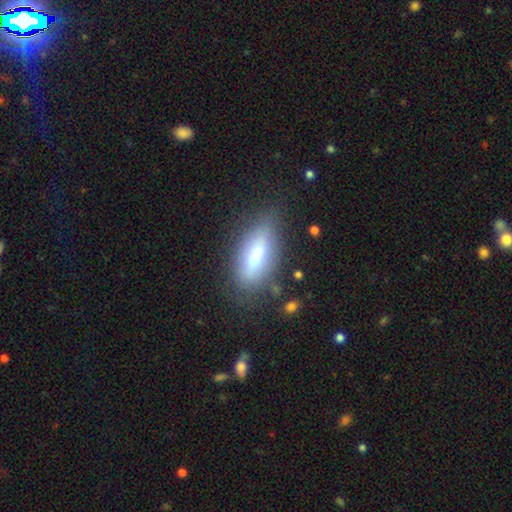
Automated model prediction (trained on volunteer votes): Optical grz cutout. It shows a smooth galaxy with no disk features (67%) that is in between round and cigar-shaped (70%). Merging: none (70%).